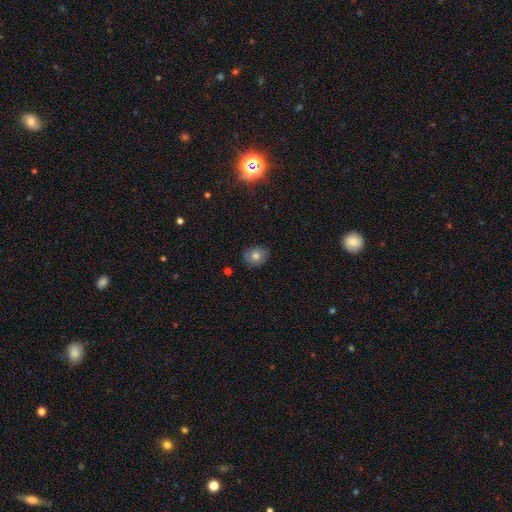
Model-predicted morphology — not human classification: smooth 77%, featured or disk 12%, star or artifact 11%. Down the decision tree: how rounded — round (52%); merging — none (86%).